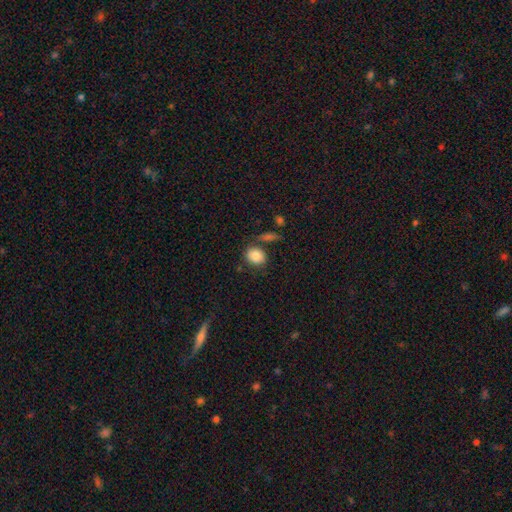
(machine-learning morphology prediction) Smooth or featured? smooth (84%)
How rounded? round (57%)
Merging? none (69%)